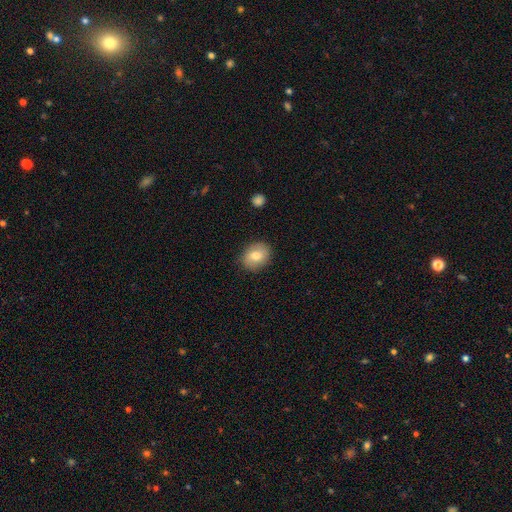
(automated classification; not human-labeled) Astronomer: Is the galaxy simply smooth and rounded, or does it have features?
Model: smooth — 76%.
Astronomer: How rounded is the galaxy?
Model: round — 50% (runner-up: in between, 49%).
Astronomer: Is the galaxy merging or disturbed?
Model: none — 86%.